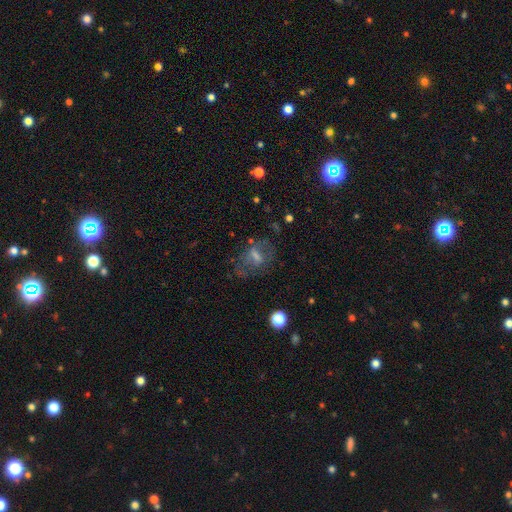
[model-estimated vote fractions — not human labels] Smooth or featured? featured or disk (44%)
Merging? none (56%)